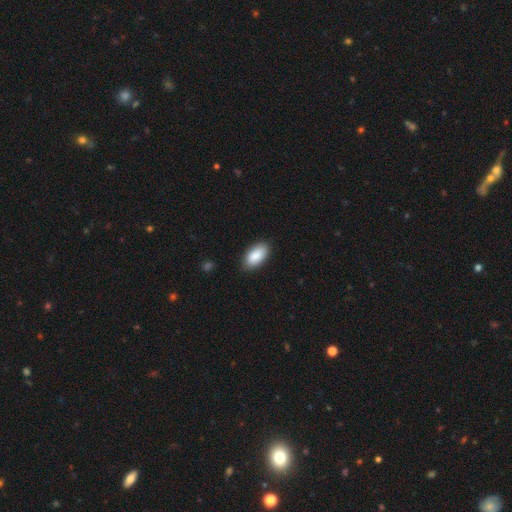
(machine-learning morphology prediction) Overall: smooth (89%). How rounded: in between (94%). Merging: none (86%).